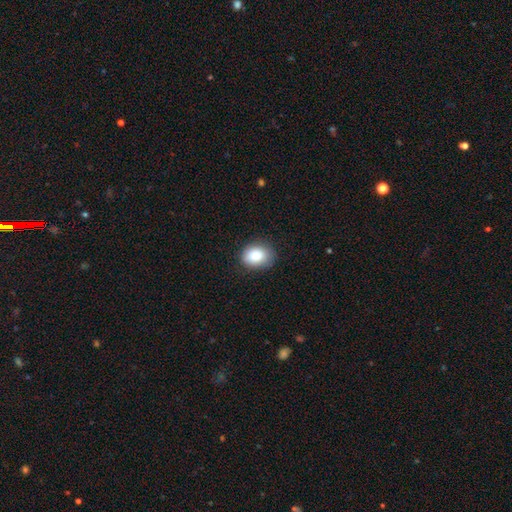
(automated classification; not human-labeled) Smooth or featured? smooth (87%)
How rounded? in between (61%)
Merging? none (81%)